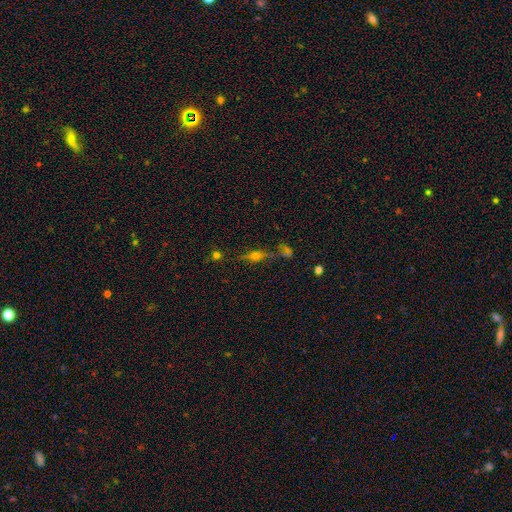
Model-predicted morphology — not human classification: This is possibly a featured or disk galaxy (59%). It is clearly viewed edge-on (87%). Edge-on bulge: clearly rounded (91%). Merging: likely none (69%).